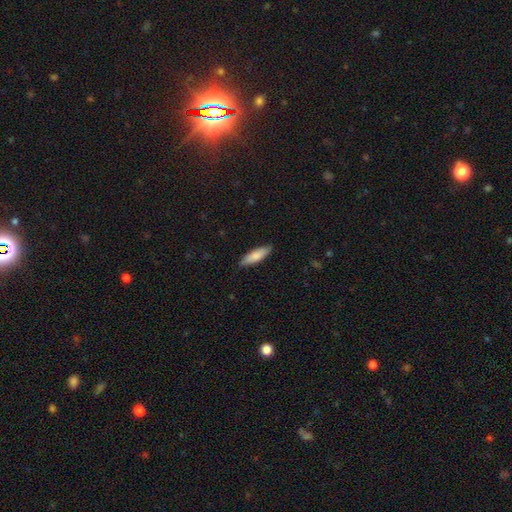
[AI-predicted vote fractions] Overall: smooth (81%). How rounded: cigar-shaped (55%; in between 43%). Merging: none (86%).